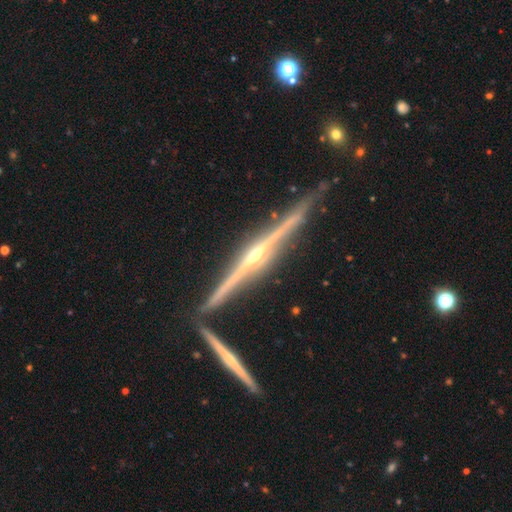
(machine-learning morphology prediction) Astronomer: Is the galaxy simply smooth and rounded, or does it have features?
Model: featured or disk — 89%.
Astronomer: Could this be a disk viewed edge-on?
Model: yes — 98%.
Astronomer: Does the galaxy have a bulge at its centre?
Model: rounded — 85%.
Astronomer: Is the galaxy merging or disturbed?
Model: none — 81%.